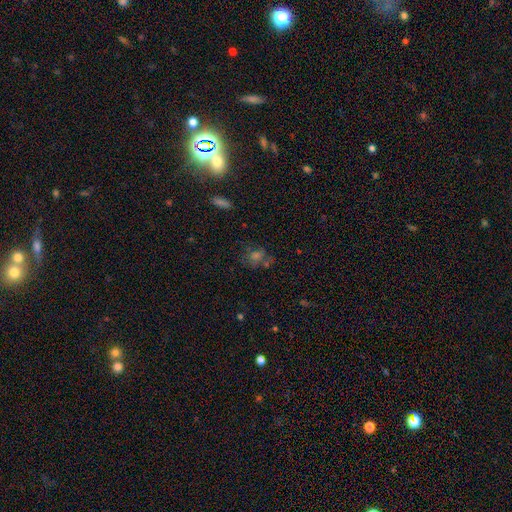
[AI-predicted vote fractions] Smooth or featured? Predicted: smooth (p=0.43). Merging? Predicted: none (p=0.64).